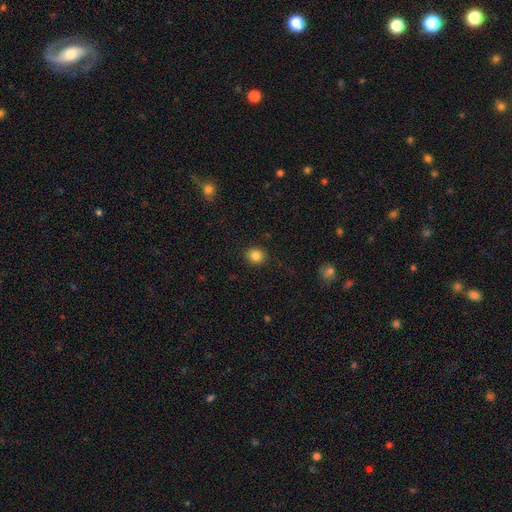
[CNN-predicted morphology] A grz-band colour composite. It shows a smooth galaxy with no disk features (84%) that is round (80%). Merging: none (91%).